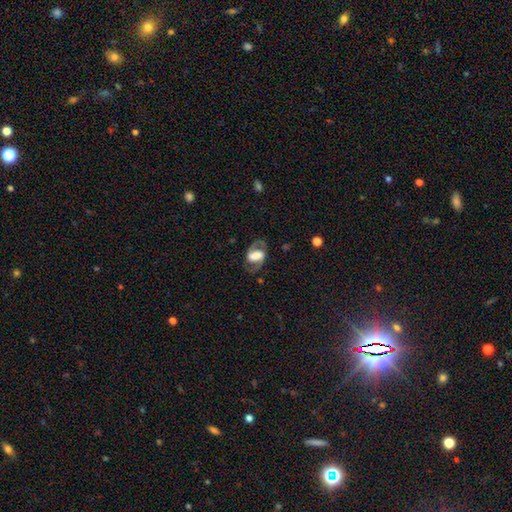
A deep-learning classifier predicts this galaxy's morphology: featured or disk 72%, smooth 21%, star or artifact 7%. Down the decision tree: edge-on disk — no (96%); bar — strong (42%); spiral arms — yes (84%); spiral arm count — 2 (89%); spiral winding — medium (52%); bulge size — large (46%); merging — none (72%).